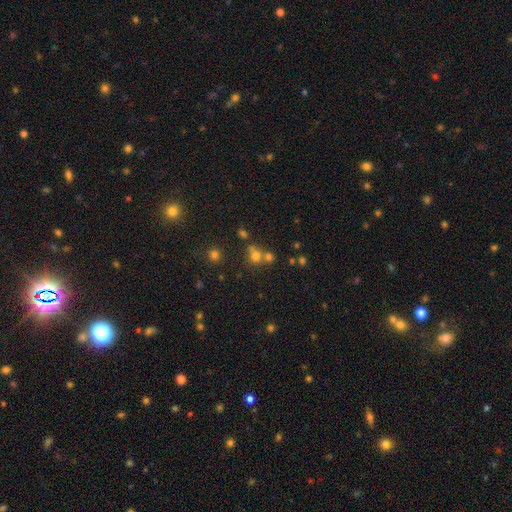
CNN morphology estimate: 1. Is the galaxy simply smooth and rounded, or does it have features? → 68% smooth, 21% star or artifact, 11% featured or disk.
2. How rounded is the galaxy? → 81% round, 18% in between, 1% cigar-shaped.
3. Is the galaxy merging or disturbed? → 47% none, 41% merger, 8% minor disturbance, 4% major disturbance.